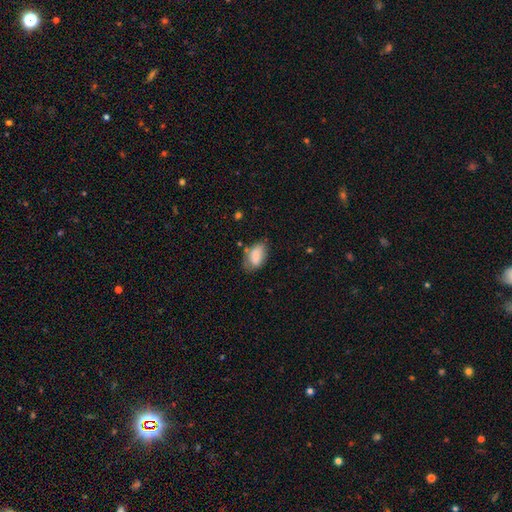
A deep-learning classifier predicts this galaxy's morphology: This is likely a smooth galaxy (78%). How rounded: clearly in between (91%). Merging: possibly none (57%).